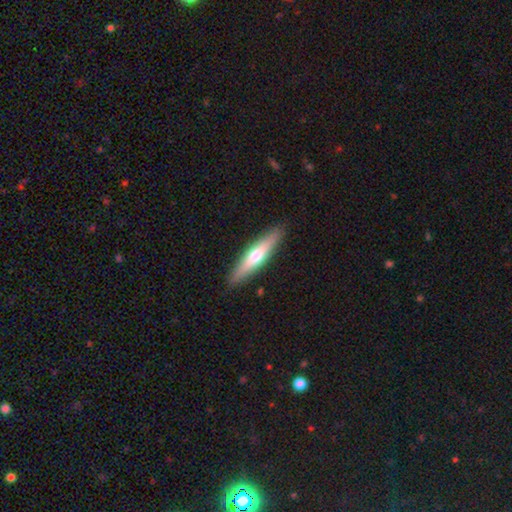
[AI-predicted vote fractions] smooth_or_featured: smooth (p=0.49) [alt: featured or disk p=0.46]
merging: none (p=0.90) [alt: minor disturbance p=0.07]